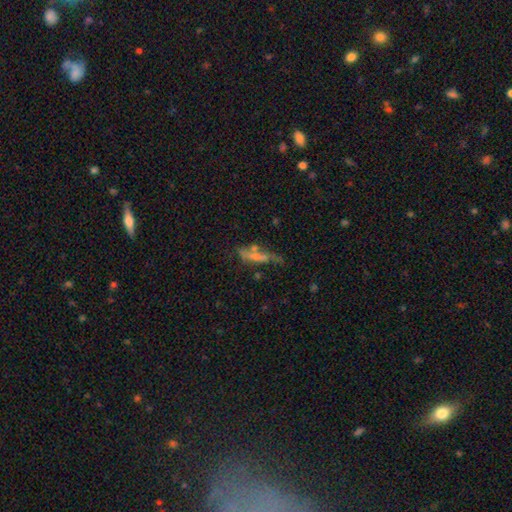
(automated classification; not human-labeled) smooth 58%, featured or disk 31%, star or artifact 11%. Down the decision tree: how rounded — cigar-shaped (77%); merging — none (42%).